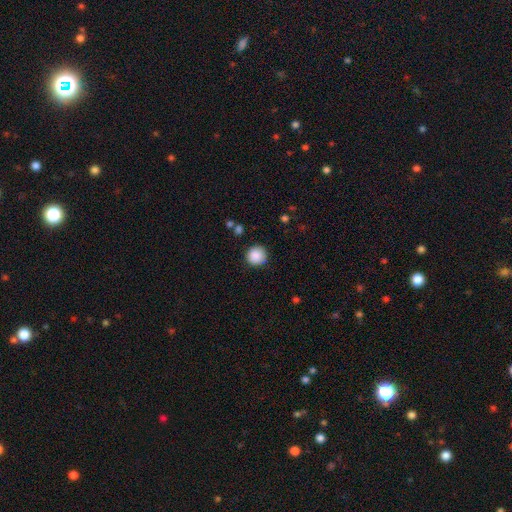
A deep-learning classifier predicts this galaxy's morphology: smooth_or_featured: smooth (p=0.88) [alt: star or artifact p=0.08]
how_rounded: round (p=0.94) [alt: in between p=0.05]
merging: none (p=0.88) [alt: minor disturbance p=0.08]